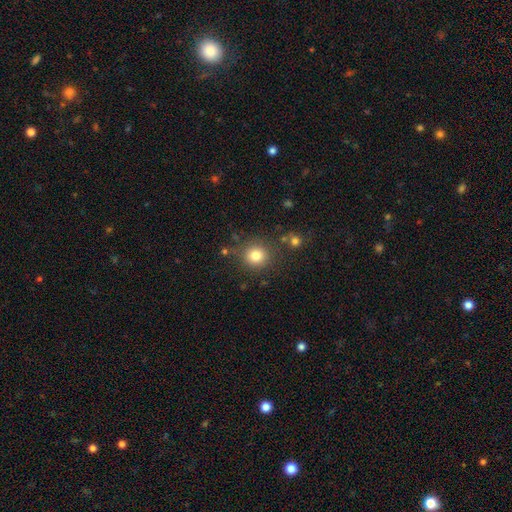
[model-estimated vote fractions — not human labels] smooth_or_featured: smooth (p=0.81) [alt: star or artifact p=0.12]
how_rounded: round (p=0.91) [alt: in between p=0.08]
merging: none (p=0.81) [alt: minor disturbance p=0.10]